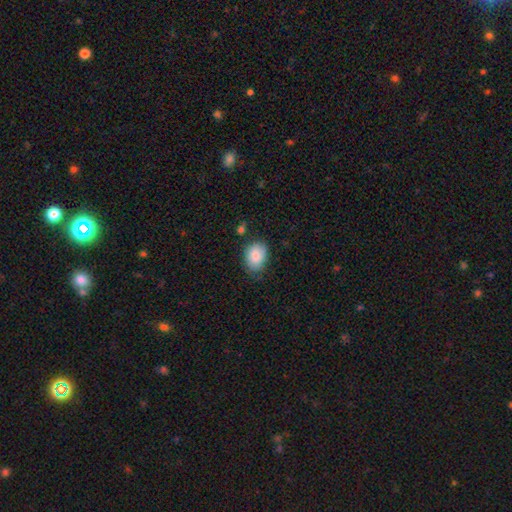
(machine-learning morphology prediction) smooth-or-featured: smooth: 86% | star or artifact: 7% | featured or disk: 7%
  how-rounded: in between: 72% | round: 27% | cigar-shaped: 1%
  merging: none: 68% | minor disturbance: 24% | major disturbance: 5% | merger: 3%